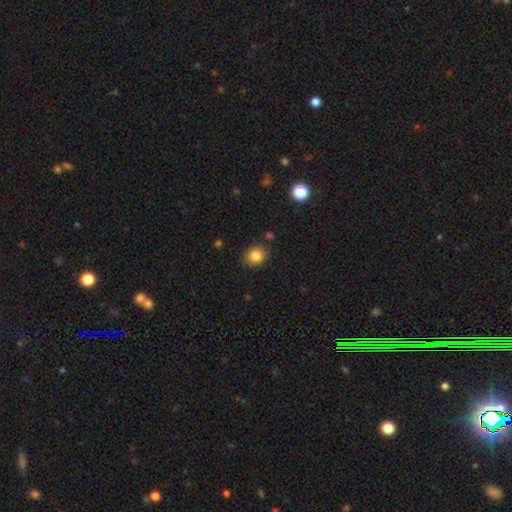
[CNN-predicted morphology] Smooth or featured?
  - smooth: 83% *
  - star or artifact: 10%
  - featured or disk: 6%
How rounded?
  - round: 65% *
  - in between: 34%
  - cigar-shaped: 1%
Merging?
  - none: 85% *
  - minor disturbance: 11%
  - major disturbance: 2%
  - merger: 2%